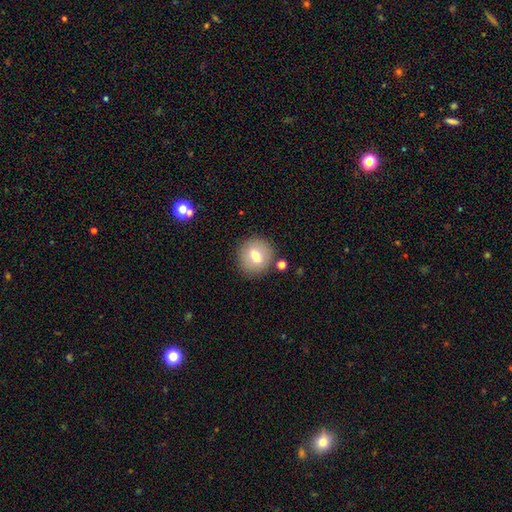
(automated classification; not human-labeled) smooth_or_featured: smooth (p=0.71) [alt: featured or disk p=0.19]
how_rounded: round (p=0.90) [alt: in between p=0.09]
merging: none (p=0.84) [alt: minor disturbance p=0.08]